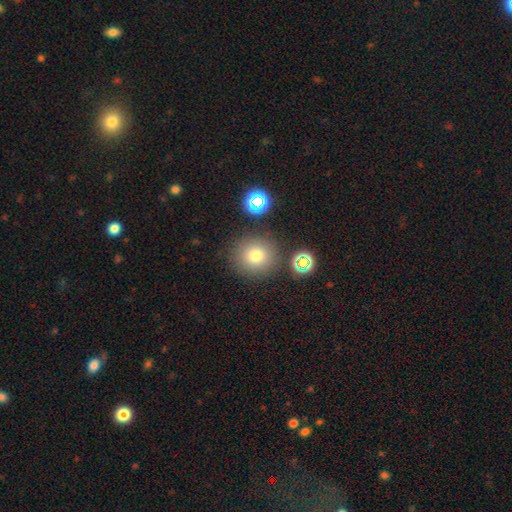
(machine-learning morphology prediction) Overall: smooth (76%). How rounded: round (89%). Merging: none (83%).